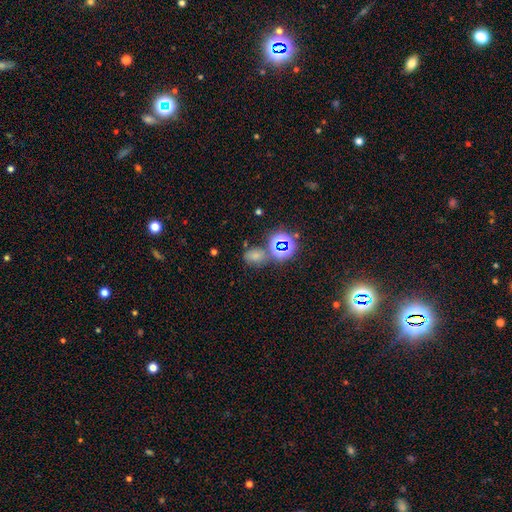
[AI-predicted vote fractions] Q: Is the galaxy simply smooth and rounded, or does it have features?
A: smooth — 56%.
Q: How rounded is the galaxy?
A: in between — 69%.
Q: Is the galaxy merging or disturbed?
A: none — 61%.